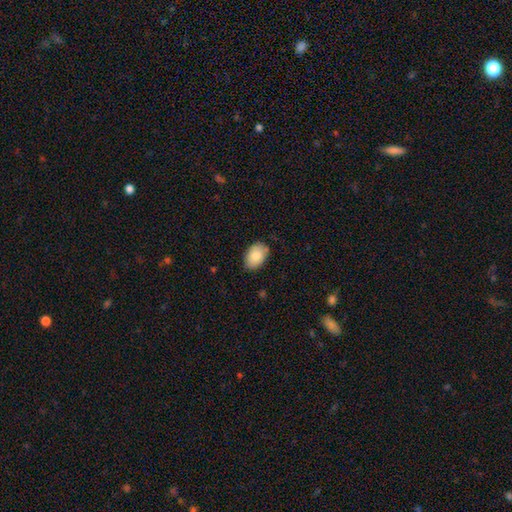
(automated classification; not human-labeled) A smooth galaxy with no disk features (85%) that is in between round and cigar-shaped (86%). Merging: none (81%).